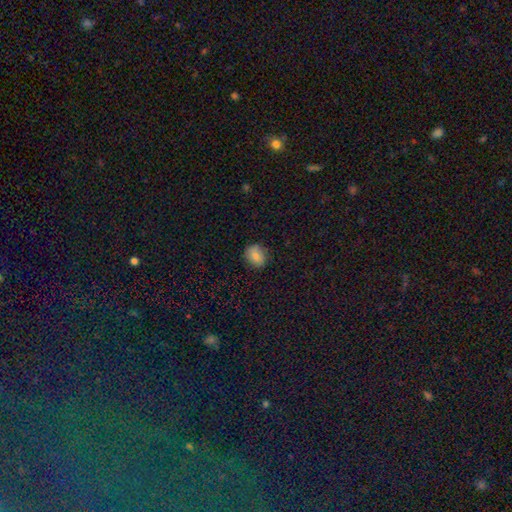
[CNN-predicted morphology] type=smooth (81%); roundness=round (57%); merging=none (82%).